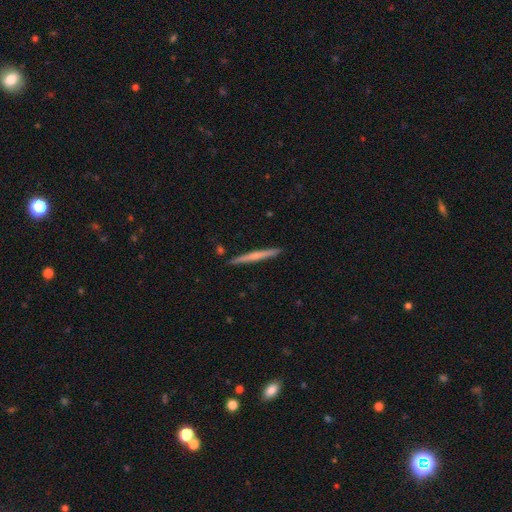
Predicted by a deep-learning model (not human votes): Overall: featured or disk (57%; smooth 37%). Edge-on disk: yes (98%). Edge-on bulge: rounded (56%; none 39%). Merging: none (91%).